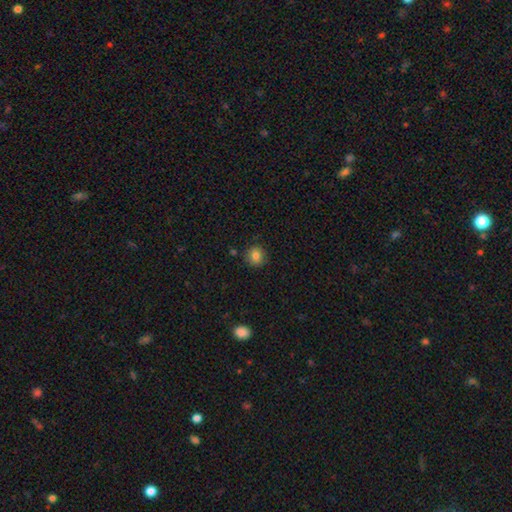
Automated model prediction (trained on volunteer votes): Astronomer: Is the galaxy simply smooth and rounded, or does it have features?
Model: smooth — 83%.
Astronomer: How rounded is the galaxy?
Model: round — 89%.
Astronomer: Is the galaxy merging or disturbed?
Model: none — 85%.